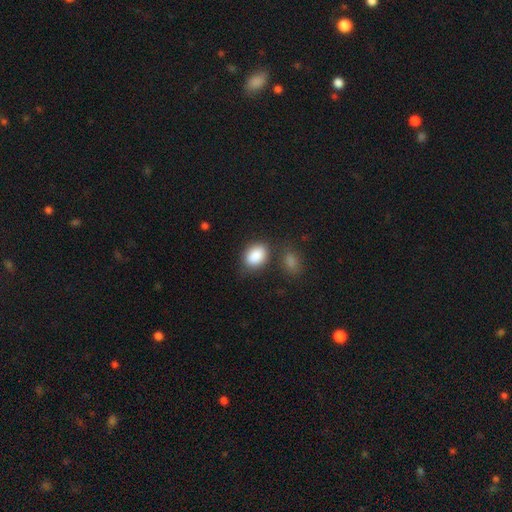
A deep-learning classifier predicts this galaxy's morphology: type=smooth (88%); roundness=in between (77%); merging=none (67%).